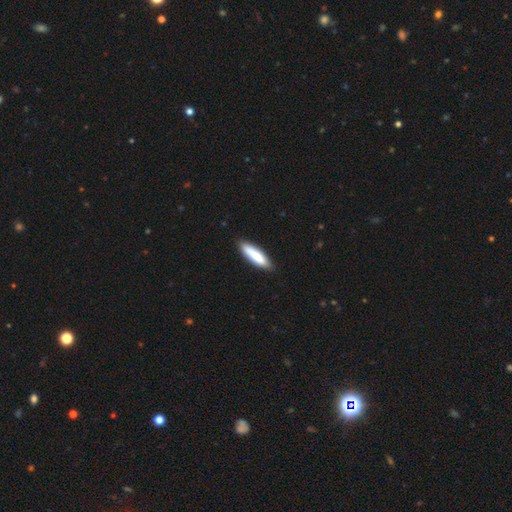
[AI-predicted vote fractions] Overall: smooth (80%). How rounded: cigar-shaped (70%). Merging: none (87%).